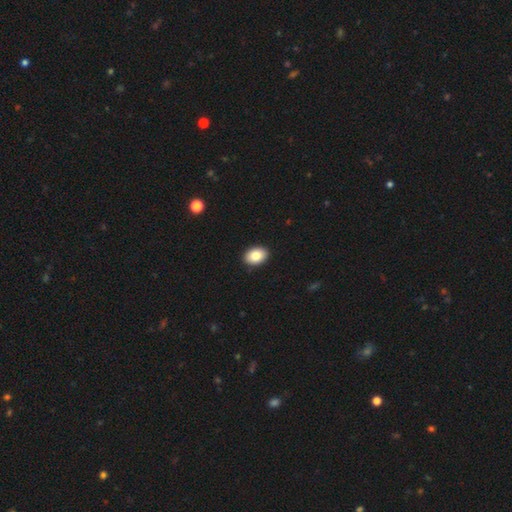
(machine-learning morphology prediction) The model was most divided on "how rounded": in between: 83%, round: 16%, cigar-shaped: 1%. More confident: merging — none (91%); smooth or featured — smooth (86%).